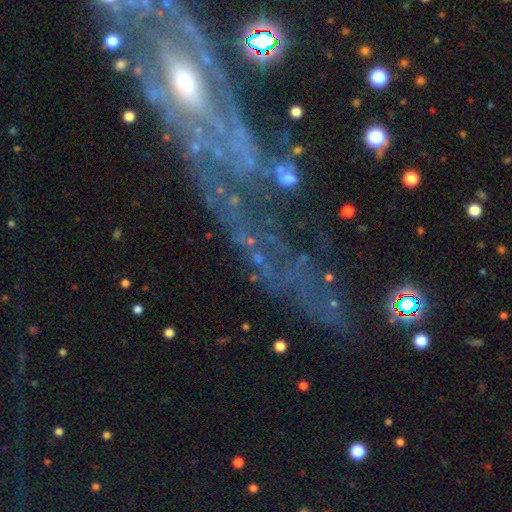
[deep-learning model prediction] A featured or disk galaxy (63%). Merging: none (56%).